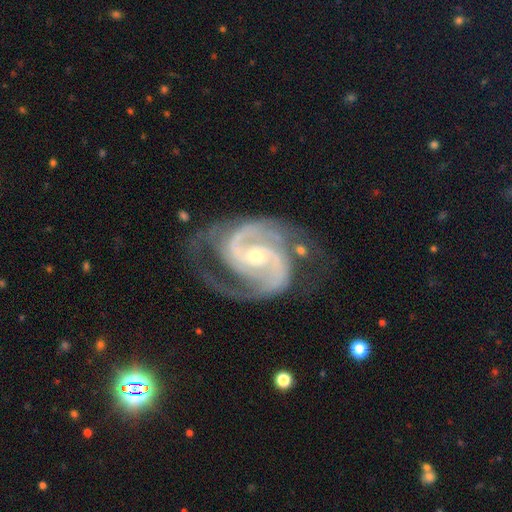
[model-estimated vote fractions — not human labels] A featured or disk galaxy (93%) with no bar (41%), 2 (84%) medium (56%) spiral arms (99%) and a small central bulge (63%). Merging: none (65%).